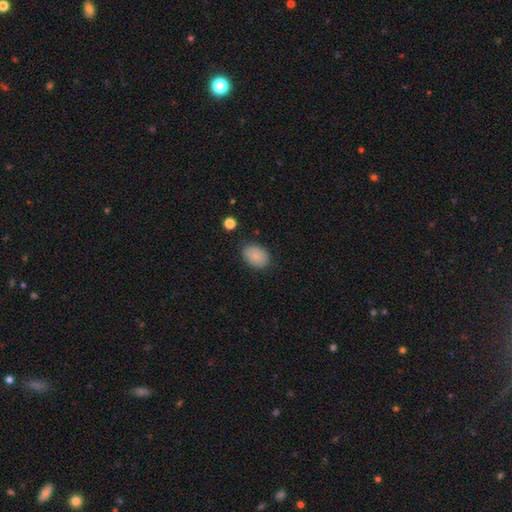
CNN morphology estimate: smooth 84%, star or artifact 8%, featured or disk 7%. Down the decision tree: how rounded — in between (78%); merging — none (80%).